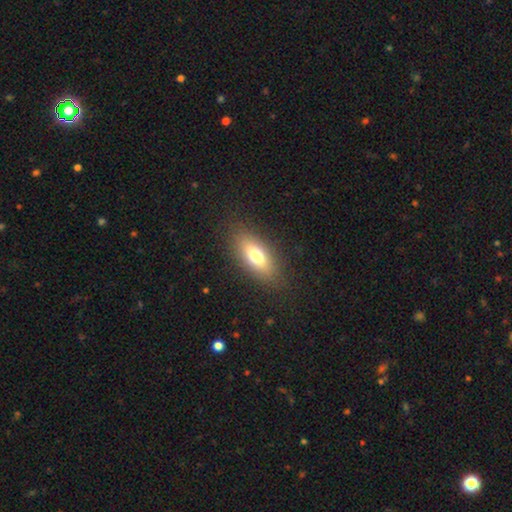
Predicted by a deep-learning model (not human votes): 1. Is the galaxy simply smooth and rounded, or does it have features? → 73% smooth, 18% featured or disk, 9% star or artifact.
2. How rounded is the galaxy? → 80% in between, 15% cigar-shaped, 4% round.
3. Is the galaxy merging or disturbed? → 85% none, 10% minor disturbance, 4% major disturbance, 1% merger.